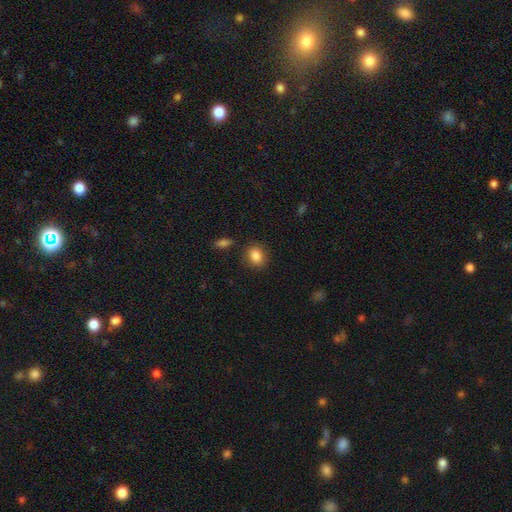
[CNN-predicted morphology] Smooth or featured?
  - smooth: 86% *
  - star or artifact: 9%
  - featured or disk: 5%
How rounded?
  - round: 54% *
  - in between: 45%
  - cigar-shaped: 1%
Merging?
  - none: 85% *
  - minor disturbance: 10%
  - major disturbance: 3%
  - merger: 3%